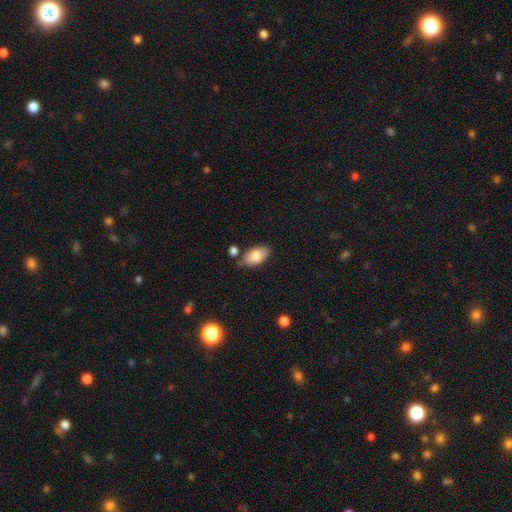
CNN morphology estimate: type=smooth (80%); roundness=in between (93%); merging=none (72%).